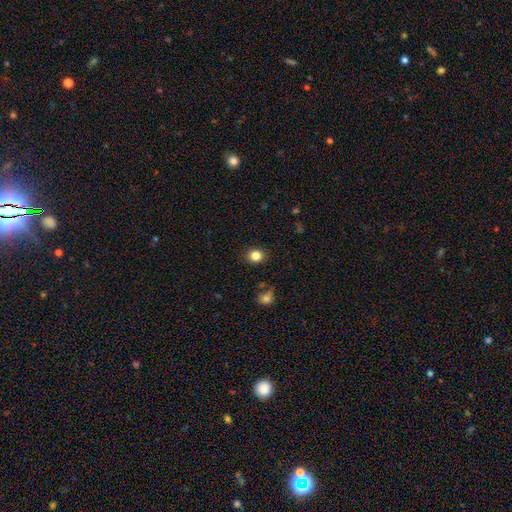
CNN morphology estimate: A smooth galaxy with no disk features (83%) that is round (75%). Merging: none (89%).